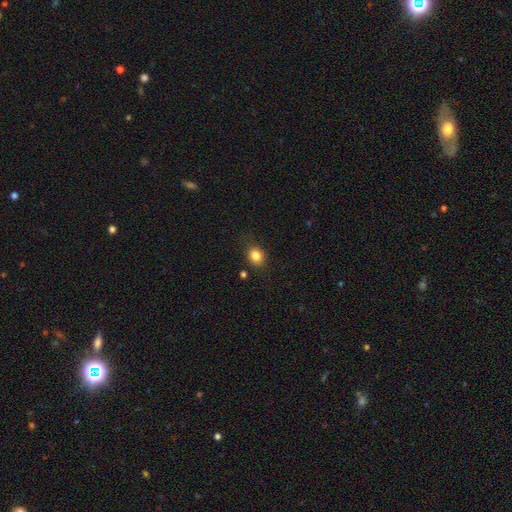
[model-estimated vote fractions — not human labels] The model was most divided on "how rounded": round: 62%, in between: 37%, cigar-shaped: 1%. More confident: smooth or featured — smooth (84%); merging — none (82%).